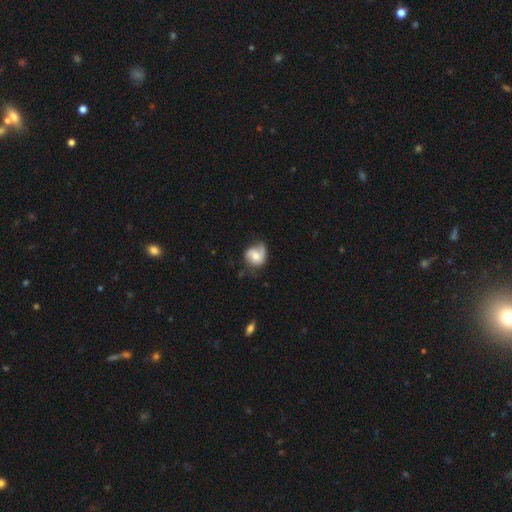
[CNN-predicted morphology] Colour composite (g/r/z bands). It shows a featured or disk galaxy (55%) with no bar (65%), spiral arms (84%) and a moderate central bulge (62%). Merging: none (49%).